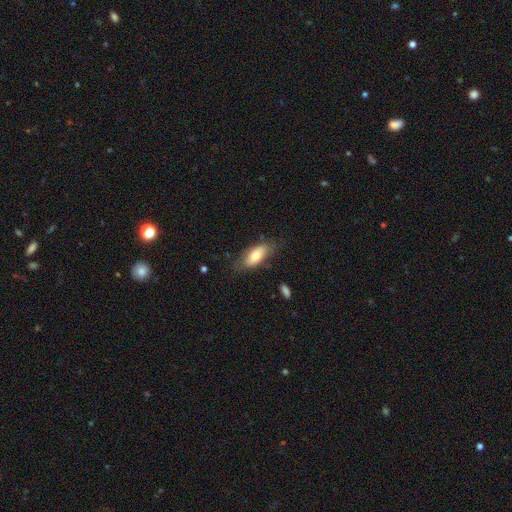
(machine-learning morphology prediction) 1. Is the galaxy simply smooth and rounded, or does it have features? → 71% smooth, 22% featured or disk, 7% star or artifact.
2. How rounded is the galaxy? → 83% in between, 14% cigar-shaped, 3% round.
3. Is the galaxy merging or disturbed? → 70% none, 22% minor disturbance, 6% major disturbance, 2% merger.